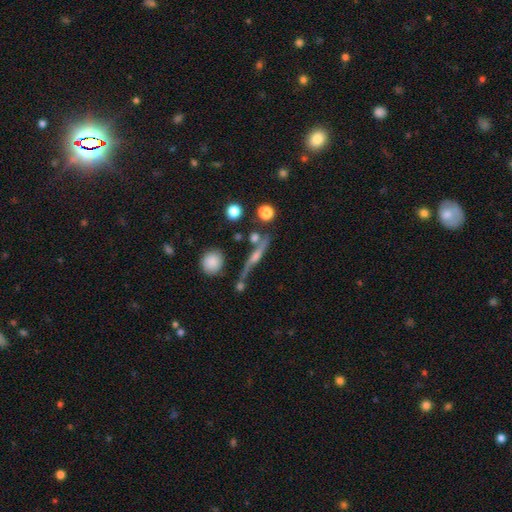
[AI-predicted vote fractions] The model was most divided on "smooth or featured": featured or disk: 44%, star or artifact: 31%, smooth: 25%. More confident: merging — none (66%).